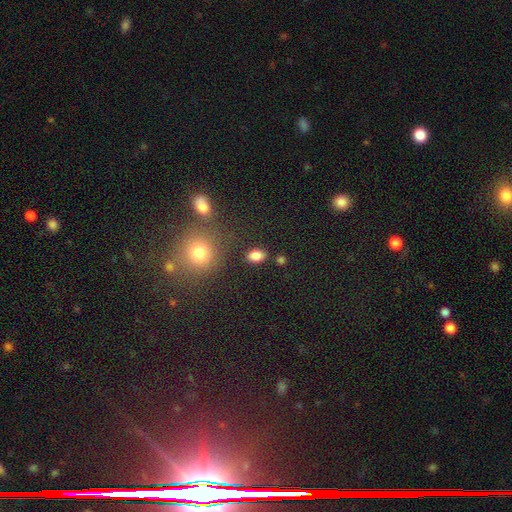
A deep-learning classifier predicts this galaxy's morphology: smooth_or_featured: smooth (p=0.84) [alt: star or artifact p=0.10]
how_rounded: in between (p=0.82) [alt: round p=0.16]
merging: none (p=0.83) [alt: minor disturbance p=0.10]